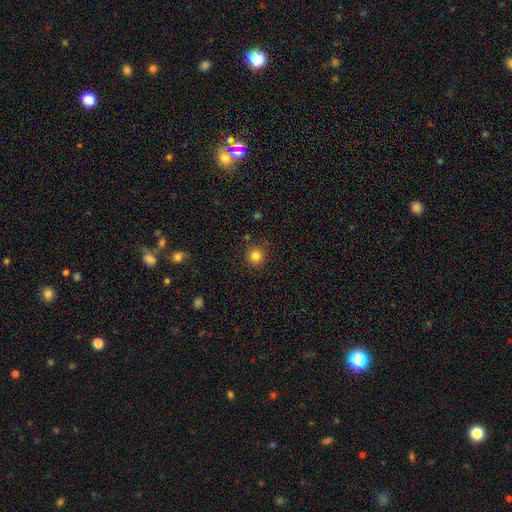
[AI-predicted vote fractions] smooth 82%, star or artifact 12%, featured or disk 5%. Down the decision tree: how rounded — round (92%); merging — none (87%).